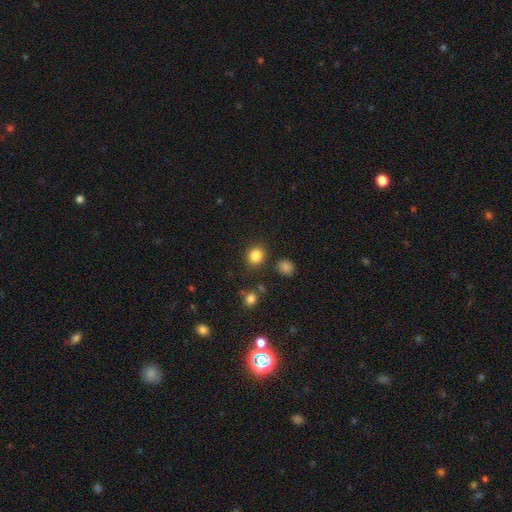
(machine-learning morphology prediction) smooth-or-featured: smooth: 84% | star or artifact: 11% | featured or disk: 4%
  how-rounded: round: 81% | in between: 18% | cigar-shaped: 1%
  merging: none: 85% | minor disturbance: 8% | merger: 4% | major disturbance: 3%